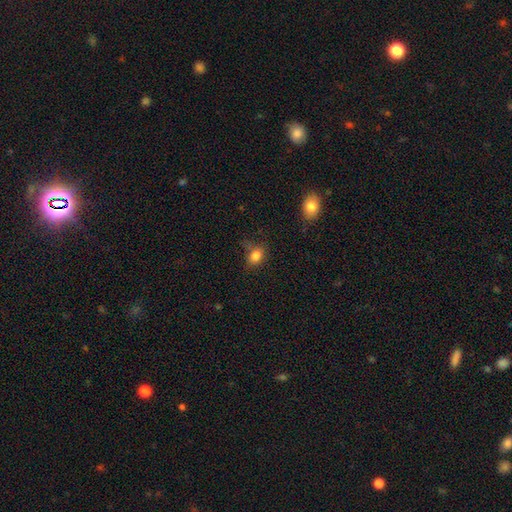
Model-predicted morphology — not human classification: Smooth or featured: smooth — 82% (star or artifact — 11%)
How rounded: in between — 64% (round — 34%)
Merging: none — 62% (minor disturbance — 25%)